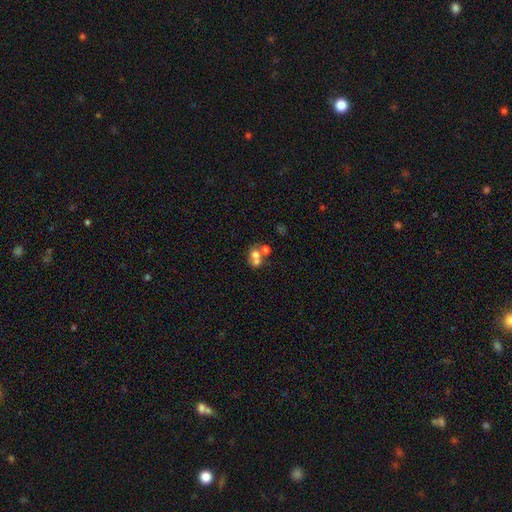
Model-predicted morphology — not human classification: Smooth or featured?
  - smooth: 60% *
  - featured or disk: 27%
  - star or artifact: 13%
How rounded?
  - round: 60% *
  - in between: 38%
  - cigar-shaped: 1%
Merging?
  - merger: 60% *
  - none: 27%
  - minor disturbance: 7%
  - major disturbance: 5%